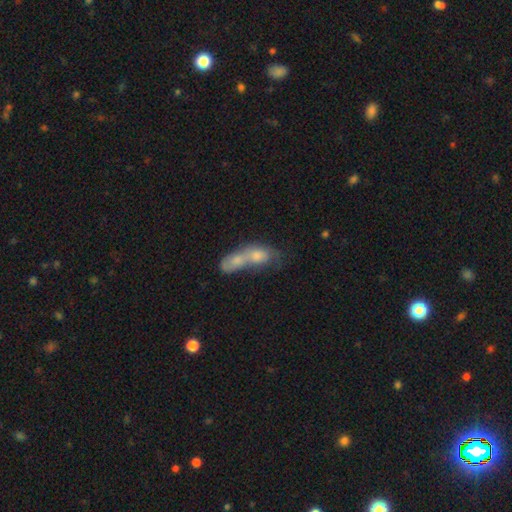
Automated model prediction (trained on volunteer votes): Smooth or featured: smooth — 51% (featured or disk — 34%)
How rounded: in between — 54% (cigar-shaped — 30%)
Merging: merger — 66% (none — 19%)